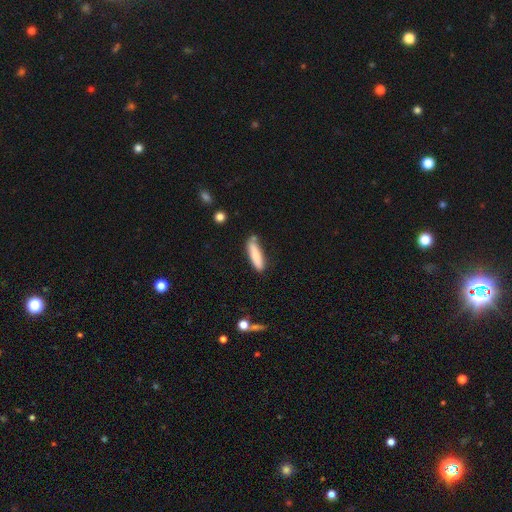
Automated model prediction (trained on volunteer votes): A smooth galaxy with no disk features (82%) that is cigar-shaped (69%). Merging: none (75%).